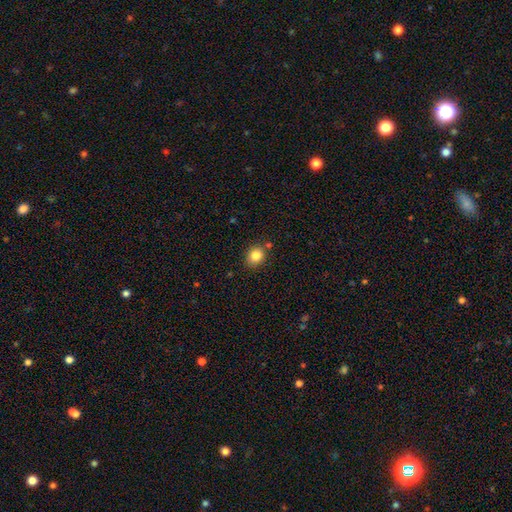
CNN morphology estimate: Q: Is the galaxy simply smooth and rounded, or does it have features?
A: smooth — 84%.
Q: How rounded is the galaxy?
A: round — 63%.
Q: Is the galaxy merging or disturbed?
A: none — 80%.